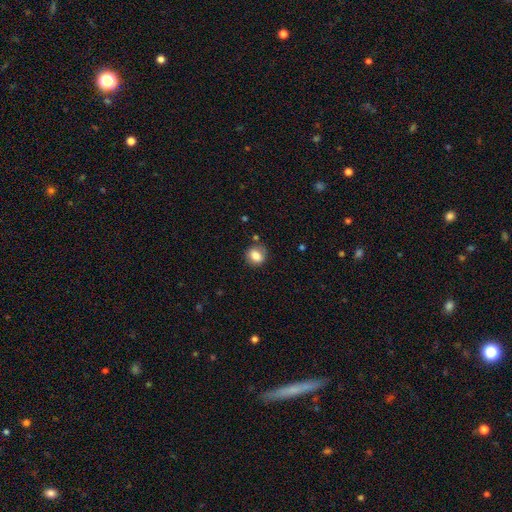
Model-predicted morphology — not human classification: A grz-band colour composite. It shows a smooth galaxy with no disk features (78%) that is round (61%). Merging: none (75%).